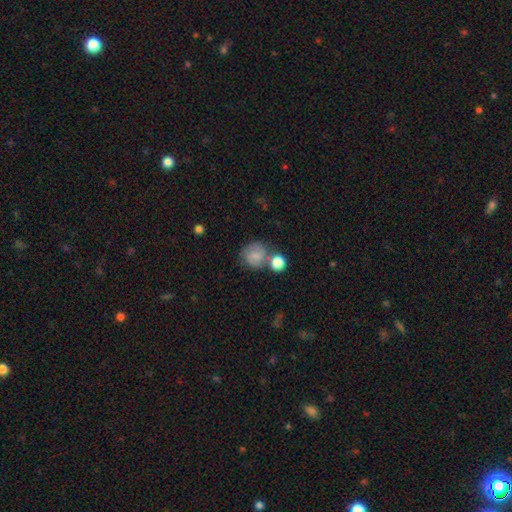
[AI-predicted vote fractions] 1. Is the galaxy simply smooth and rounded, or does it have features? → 58% smooth, 32% featured or disk, 10% star or artifact.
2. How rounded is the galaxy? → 80% round, 19% in between, 1% cigar-shaped.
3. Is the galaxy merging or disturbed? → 53% none, 23% merger, 17% minor disturbance, 8% major disturbance.